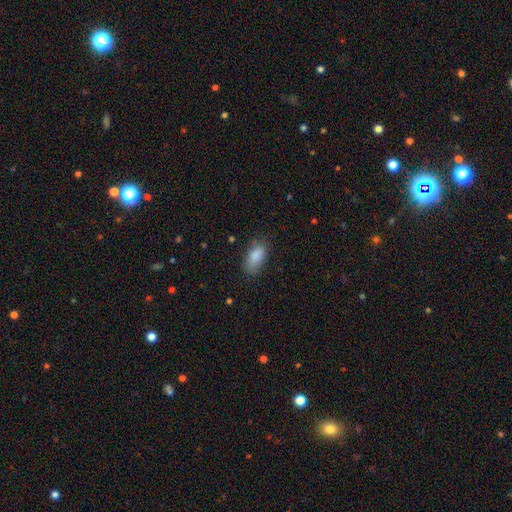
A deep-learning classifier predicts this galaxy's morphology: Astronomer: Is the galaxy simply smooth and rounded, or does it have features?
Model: smooth — 86%.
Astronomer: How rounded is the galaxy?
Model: in between — 90%.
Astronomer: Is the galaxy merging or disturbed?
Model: none — 74%.